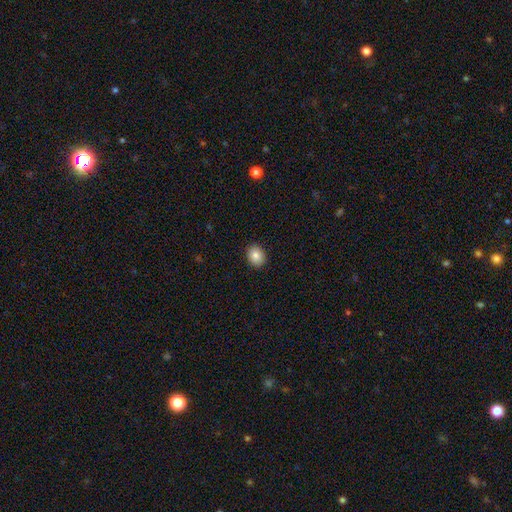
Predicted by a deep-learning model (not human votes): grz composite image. It shows a smooth galaxy with no disk features (85%) that is round (53%). Merging: none (91%).